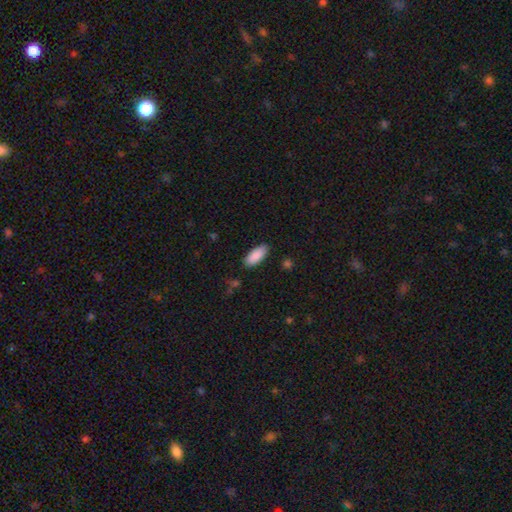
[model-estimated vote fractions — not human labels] Overall: smooth (89%). How rounded: in between (84%). Merging: none (87%).